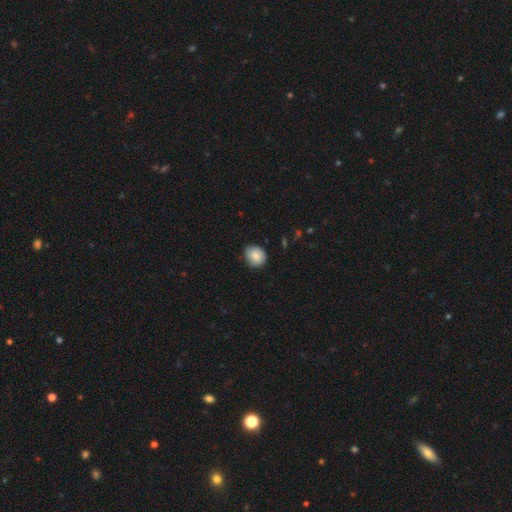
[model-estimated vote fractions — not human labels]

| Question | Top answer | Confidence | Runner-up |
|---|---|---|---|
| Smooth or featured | smooth | 85% | featured or disk (8%) |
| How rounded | round | 75% | in between (24%) |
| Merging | none | 79% | minor disturbance (17%) |